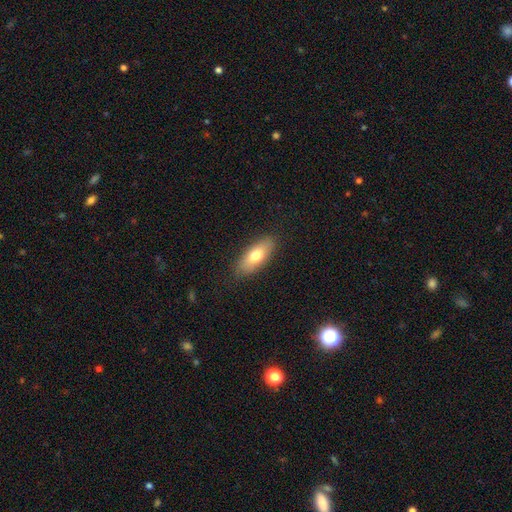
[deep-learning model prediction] This appears to be a smooth galaxy with no disk features (72%) that is in between round and cigar-shaped (74%). Merging: none (84%).